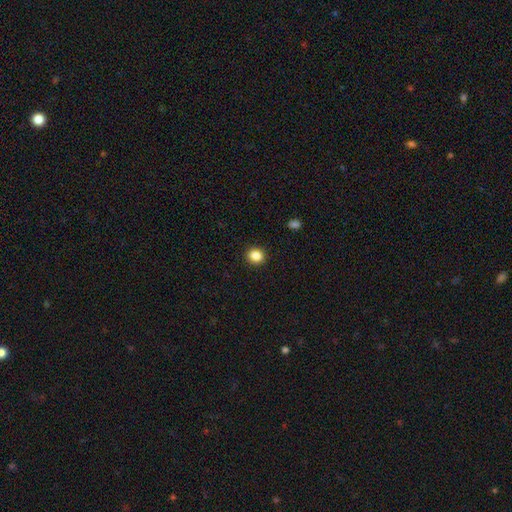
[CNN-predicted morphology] This is clearly a smooth galaxy (86%). How rounded: clearly round (81%). Merging: clearly none (92%).